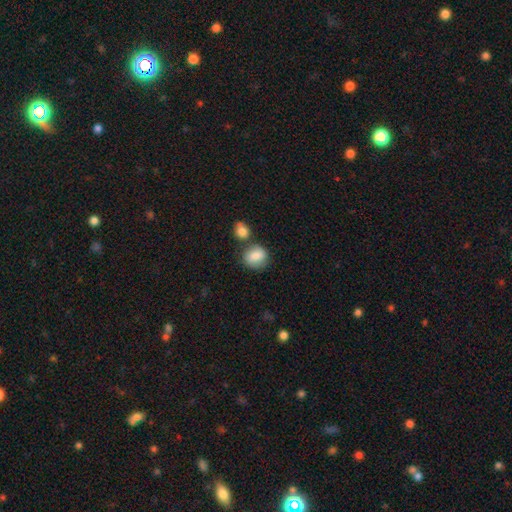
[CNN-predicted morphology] smooth 84%, featured or disk 9%, star or artifact 7%. Down the decision tree: how rounded — round (66%); merging — none (59%).